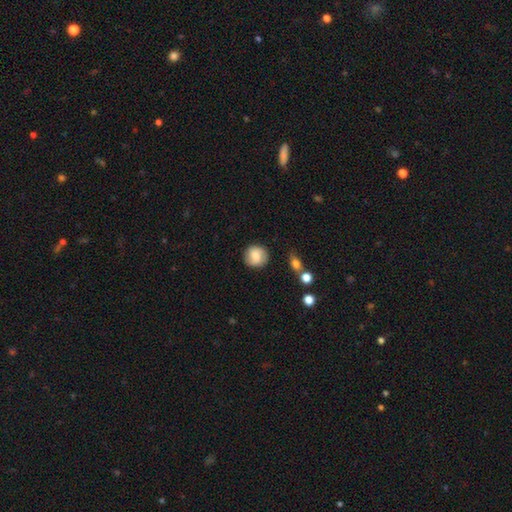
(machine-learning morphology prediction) The model was most divided on "smooth or featured": smooth: 69%, featured or disk: 23%, star or artifact: 8%. More confident: how rounded — round (88%); merging — none (83%).